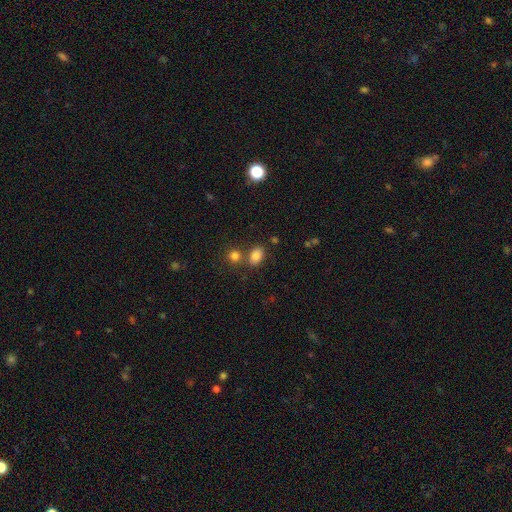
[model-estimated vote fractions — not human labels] Smooth or featured: smooth — 82% (star or artifact — 11%)
How rounded: in between — 74% (round — 24%)
Merging: none — 64% (merger — 21%)